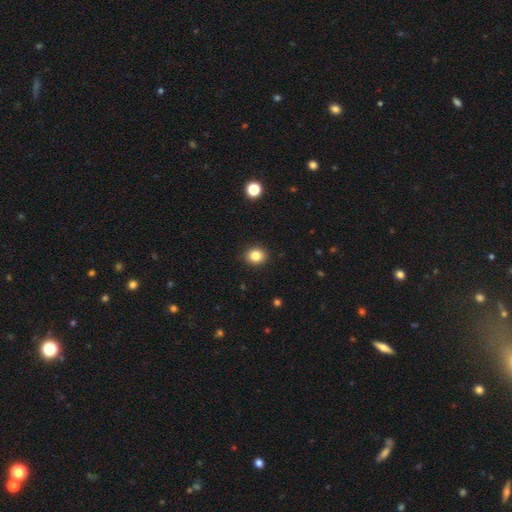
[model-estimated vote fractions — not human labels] smooth_or_featured: smooth (p=0.84) [alt: star or artifact p=0.11]
how_rounded: round (p=0.71) [alt: in between p=0.28]
merging: none (p=0.91) [alt: minor disturbance p=0.06]